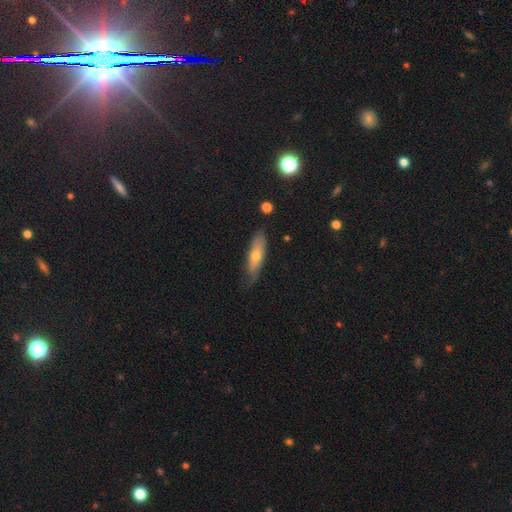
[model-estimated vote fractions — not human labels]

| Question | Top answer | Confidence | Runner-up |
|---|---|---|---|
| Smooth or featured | smooth | 56% | featured or disk (37%) |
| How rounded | cigar-shaped | 52% | in between (46%) |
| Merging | none | 67% | minor disturbance (26%) |